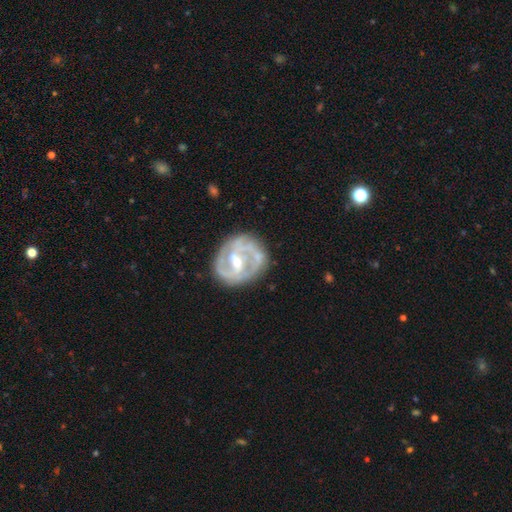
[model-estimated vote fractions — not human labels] The model was most divided on "spiral winding": medium: 43%, tight: 42%, loose: 14%. Remaining: edge-on disk — no (98%); spiral arms — yes (87%); smooth or featured — featured or disk (84%); merging — none (69%); spiral arm count — 2 (57%); bulge size — small (49%); bar — weak (45%).